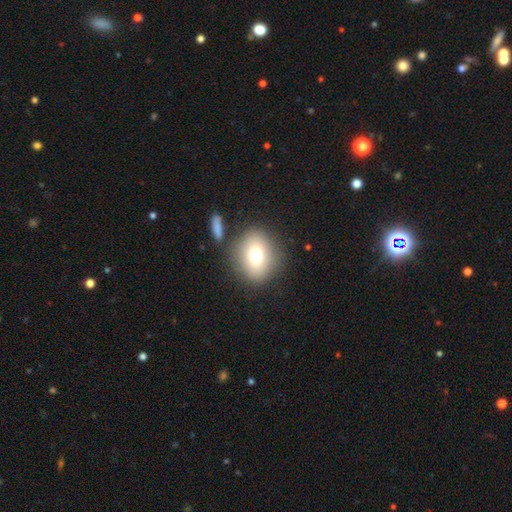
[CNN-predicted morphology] This is likely a smooth galaxy (73%). How rounded: likely round (63%). Merging: likely none (79%).